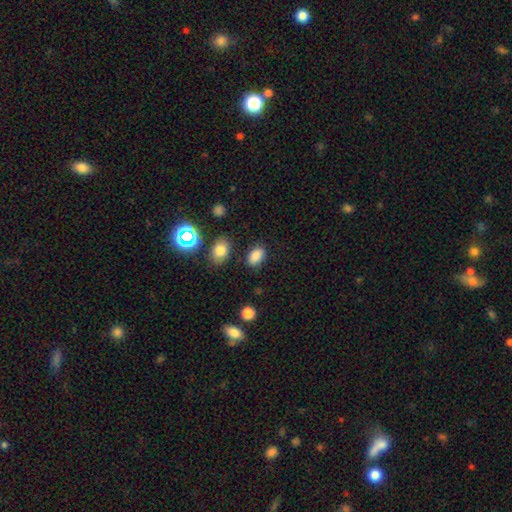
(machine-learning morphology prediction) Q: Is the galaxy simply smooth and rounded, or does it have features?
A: smooth — 83%.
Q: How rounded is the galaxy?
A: in between — 87%.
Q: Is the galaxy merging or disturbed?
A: none — 82%.